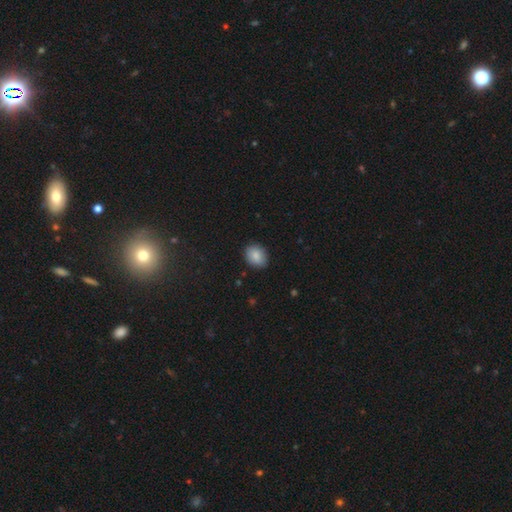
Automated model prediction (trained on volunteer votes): Smooth or featured? smooth (87%)
How rounded? in between (58%)
Merging? none (86%)